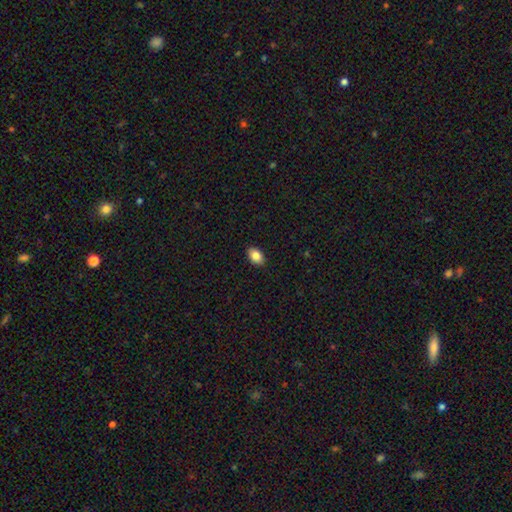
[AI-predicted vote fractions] Smooth or featured?
  - smooth: 85% *
  - star or artifact: 8%
  - featured or disk: 7%
How rounded?
  - in between: 87% *
  - round: 12%
  - cigar-shaped: 1%
Merging?
  - none: 90% *
  - minor disturbance: 8%
  - major disturbance: 2%
  - merger: 1%